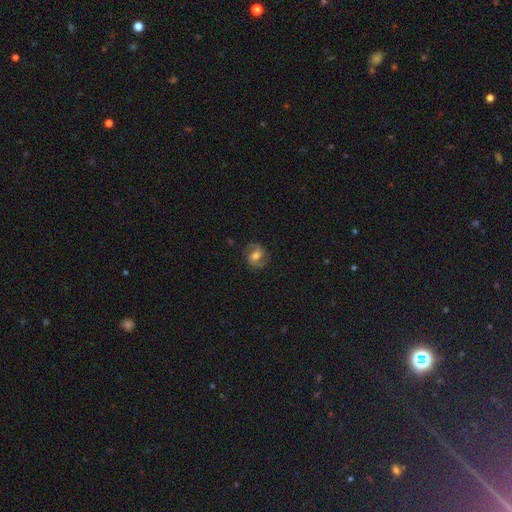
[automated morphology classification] Overall: featured or disk (58%; smooth 32%). Edge-on disk: no (97%). Bar: weak (43%; no 40%). Spiral arms: yes (88%). Bulge size: moderate (60%). Merging: none (77%).